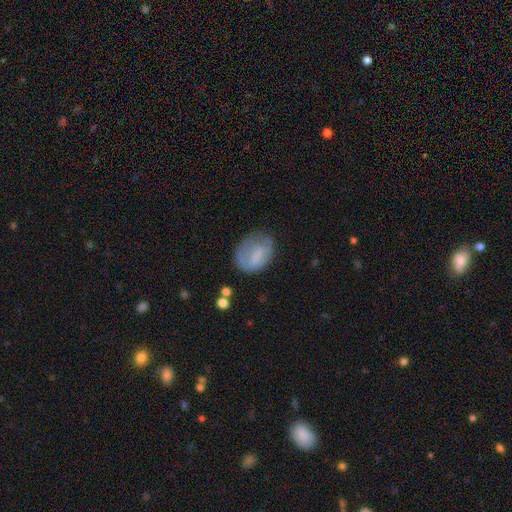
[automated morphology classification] smooth_or_featured: smooth (p=0.62) [alt: featured or disk p=0.29]
how_rounded: in between (p=0.72) [alt: round p=0.26]
merging: none (p=0.54) [alt: minor disturbance p=0.28]